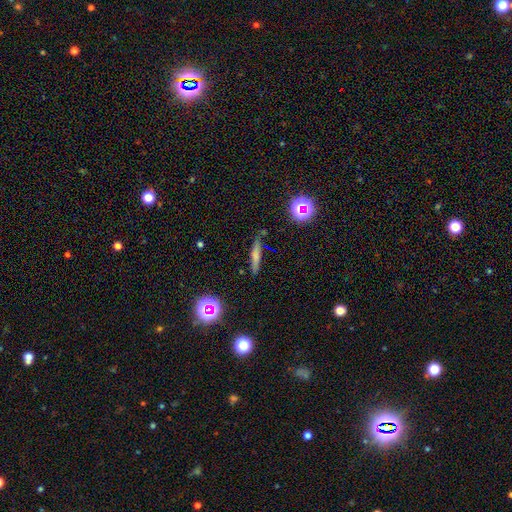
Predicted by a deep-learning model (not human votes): This appears to be a smooth galaxy with no disk features (60%) that is cigar-shaped (87%). Merging: none (78%).